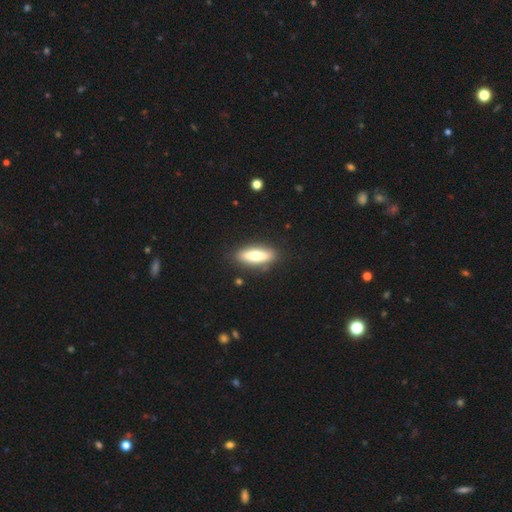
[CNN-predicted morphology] The model was most divided on "how rounded": in between: 52%, cigar-shaped: 46%, round: 2%. More confident: merging — none (86%); smooth or featured — smooth (66%).